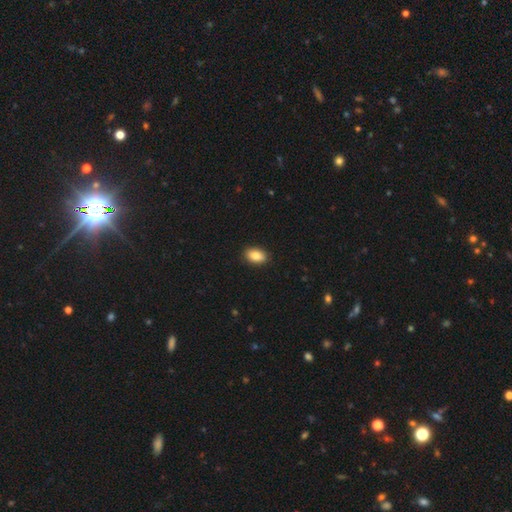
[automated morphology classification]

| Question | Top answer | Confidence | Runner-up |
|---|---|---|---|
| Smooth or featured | smooth | 87% | star or artifact (7%) |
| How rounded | in between | 90% | round (8%) |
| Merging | none | 89% | minor disturbance (8%) |